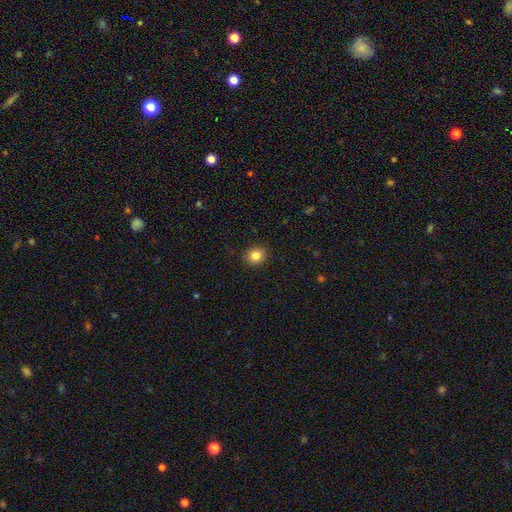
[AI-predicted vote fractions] Q: Smooth or featured?
A: smooth (84%); runner-up: star or artifact (10%)
Q: How rounded?
A: round (81%); runner-up: in between (18%)
Q: Merging?
A: none (90%); runner-up: minor disturbance (7%)